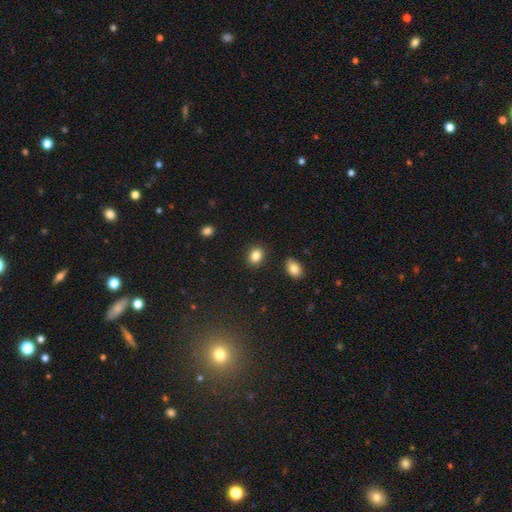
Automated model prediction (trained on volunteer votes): smooth_or_featured: smooth (p=0.85) [alt: star or artifact p=0.09]
how_rounded: in between (p=0.60) [alt: round p=0.39]
merging: none (p=0.86) [alt: minor disturbance p=0.09]